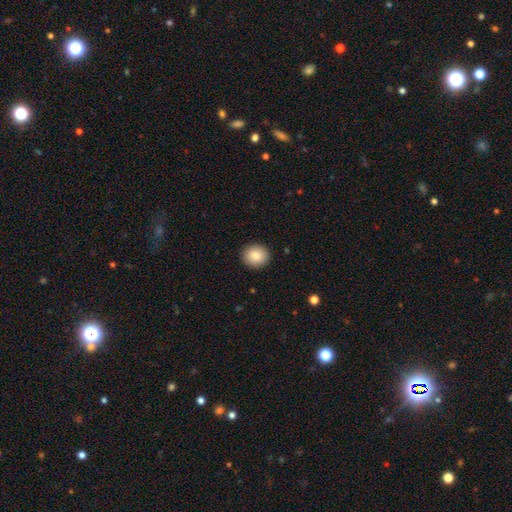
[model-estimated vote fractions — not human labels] smooth-or-featured: smooth: 87% | star or artifact: 8% | featured or disk: 5%
  how-rounded: round: 78% | in between: 21% | cigar-shaped: 1%
  merging: none: 91% | minor disturbance: 6% | major disturbance: 2% | merger: 1%